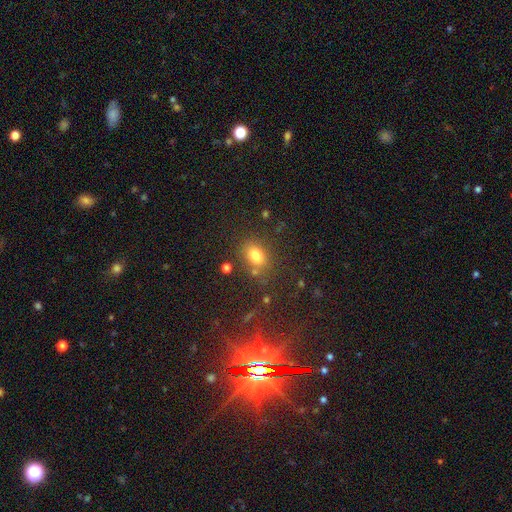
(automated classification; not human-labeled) Smooth or featured?
  - smooth: 77% *
  - star or artifact: 14%
  - featured or disk: 9%
How rounded?
  - in between: 69% *
  - round: 29%
  - cigar-shaped: 2%
Merging?
  - none: 72% *
  - minor disturbance: 14%
  - merger: 8%
  - major disturbance: 6%